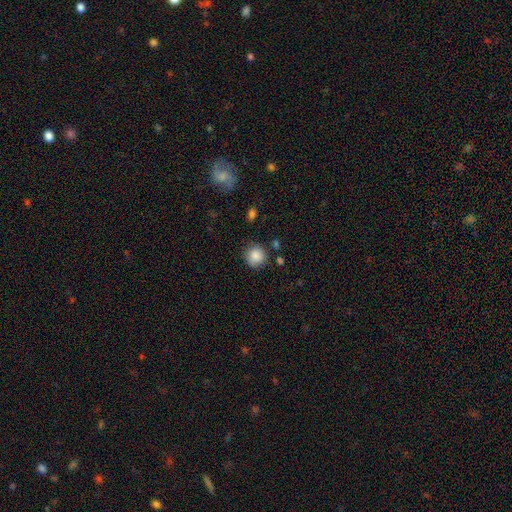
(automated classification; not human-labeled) A smooth galaxy with no disk features (86%) that is round (90%). Merging: none (79%).